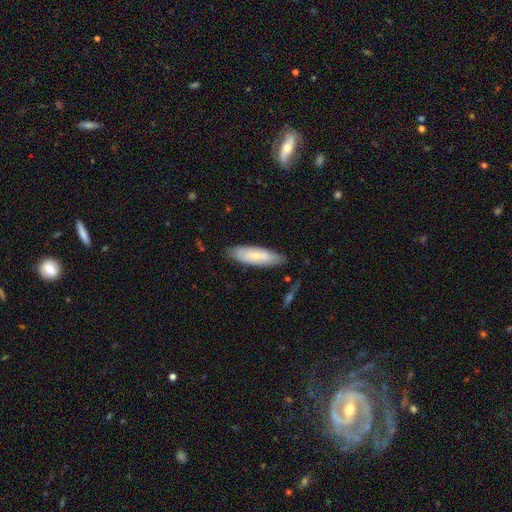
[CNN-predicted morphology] A smooth galaxy with no disk features (67%) that is in between round and cigar-shaped (51%). Merging: none (79%).